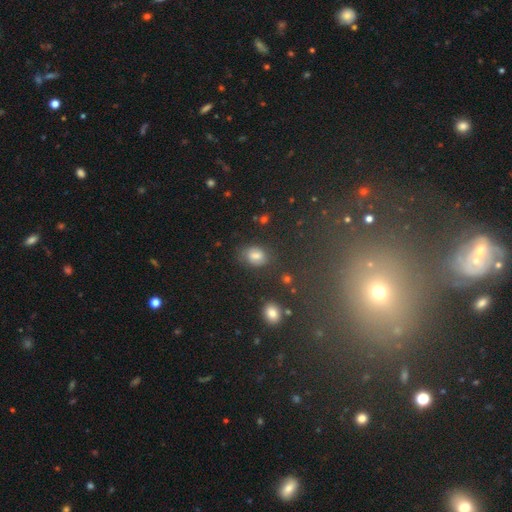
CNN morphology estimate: Overall: smooth (71%). How rounded: in between (65%; round 33%). Merging: none (79%).